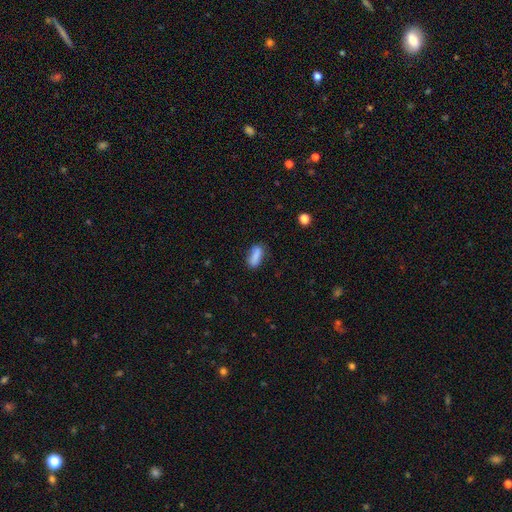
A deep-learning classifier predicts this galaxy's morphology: Smooth or featured? smooth (85%)
How rounded? in between (72%)
Merging? none (71%)